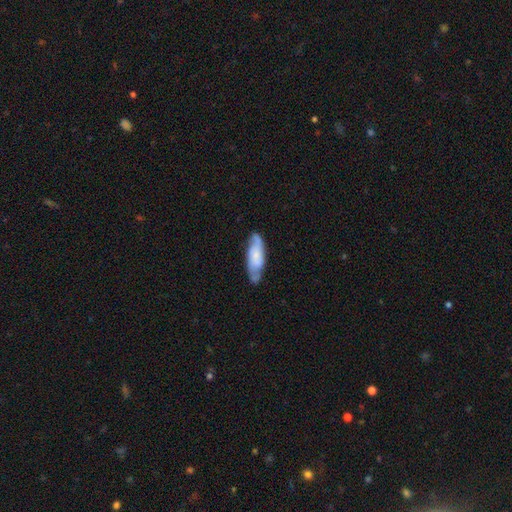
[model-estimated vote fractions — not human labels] smooth_or_featured: featured or disk (p=0.54) [alt: smooth p=0.40]
disk_edge_on: no (p=0.80) [alt: yes p=0.20]
merging: none (p=0.72) [alt: minor disturbance p=0.21]